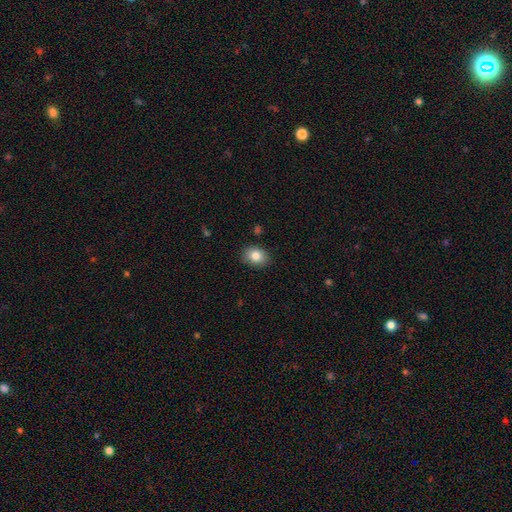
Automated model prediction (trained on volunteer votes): A smooth galaxy with no disk features (83%) that is in between round and cigar-shaped (57%). Merging: none (86%).